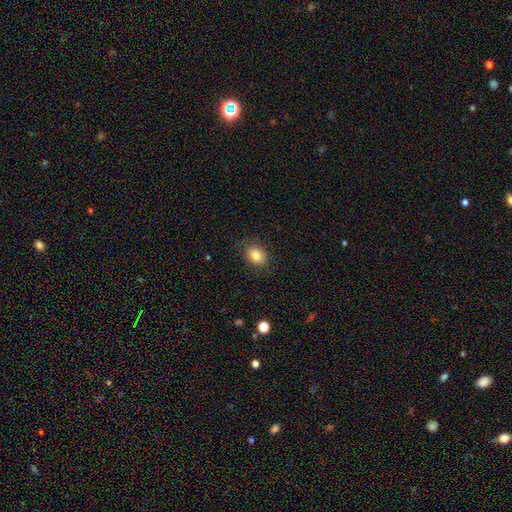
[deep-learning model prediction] Morphology: type=smooth (81%); roundness=in between (51%); merging=none (86%).